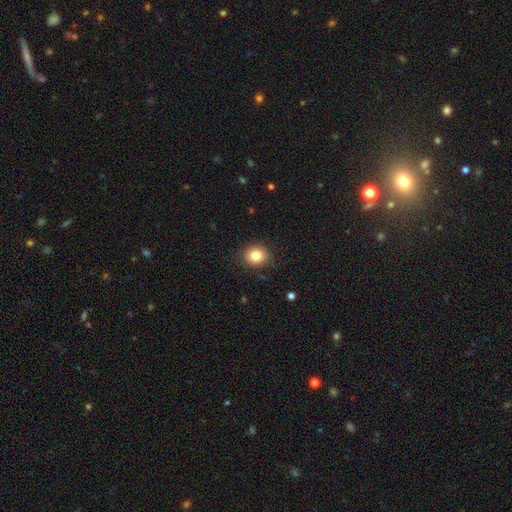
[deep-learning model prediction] Morphology: type=smooth (83%); roundness=round (77%); merging=none (87%).